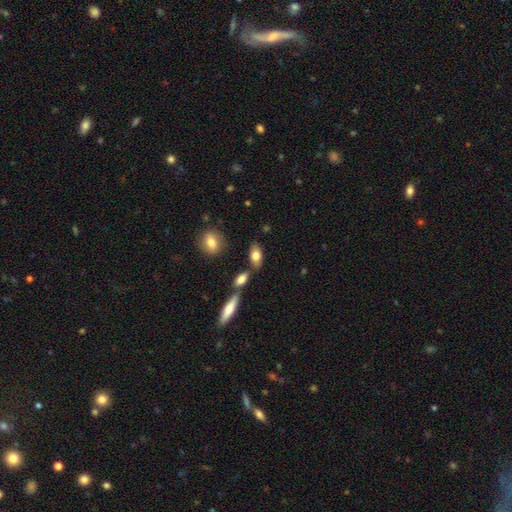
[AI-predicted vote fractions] This is likely a smooth galaxy (76%). How rounded: clearly in between (85%). Merging: likely none (75%).